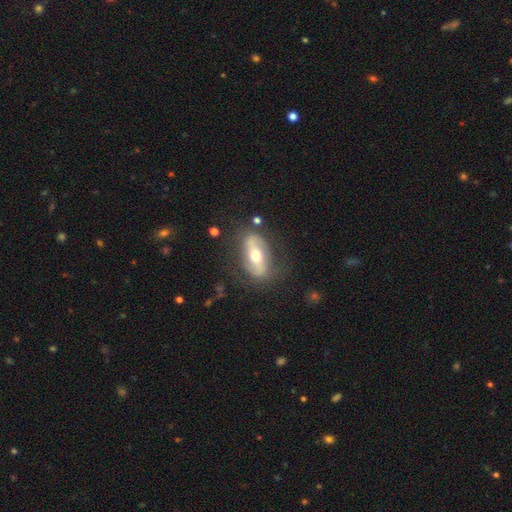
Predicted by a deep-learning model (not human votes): Smooth or featured? featured or disk (64%)
Edge-on disk? no (84%)
Bar? strong (45%)
Spiral arms? yes (53%)
Bulge size? moderate (72%)
Merging? none (75%)